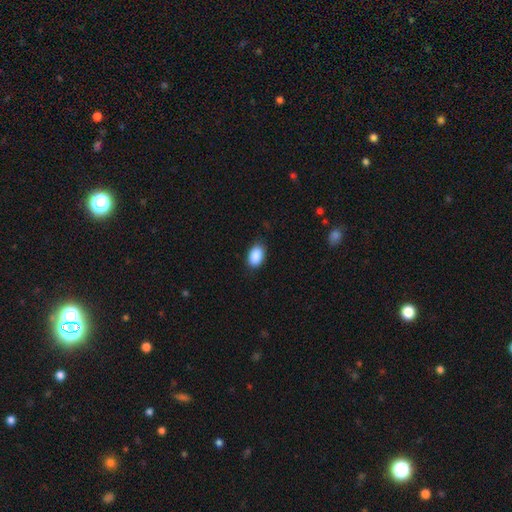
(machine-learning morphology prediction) smooth-or-featured: smooth: 90% | star or artifact: 7% | featured or disk: 4%
  how-rounded: in between: 92% | round: 7% | cigar-shaped: 1%
  merging: none: 83% | minor disturbance: 14% | major disturbance: 3% | merger: 1%